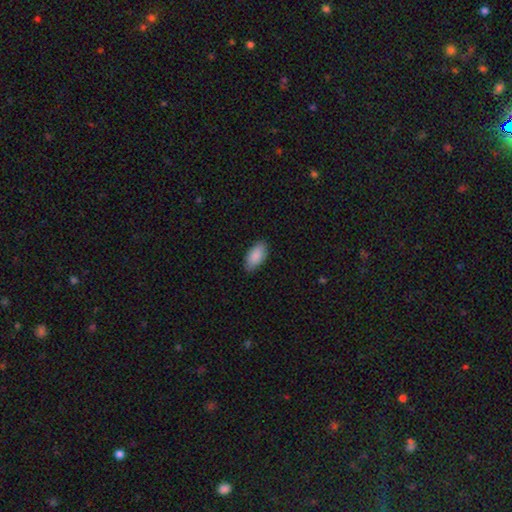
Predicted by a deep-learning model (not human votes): Smooth or featured? smooth (89%)
How rounded? in between (93%)
Merging? none (86%)